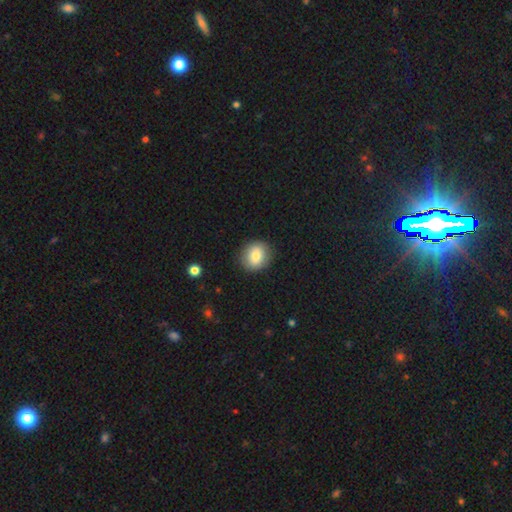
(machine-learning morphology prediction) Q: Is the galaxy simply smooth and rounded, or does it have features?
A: smooth — 80%.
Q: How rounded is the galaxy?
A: round — 74%.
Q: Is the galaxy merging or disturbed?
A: none — 88%.